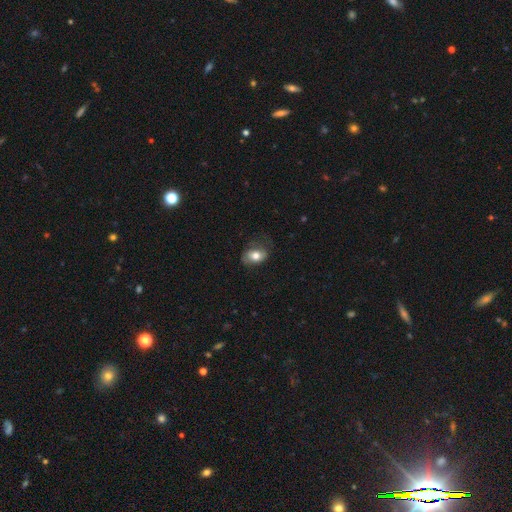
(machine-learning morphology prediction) This appears to be a smooth galaxy with no disk features (69%) that is in between round and cigar-shaped (79%). Merging: none (58%).